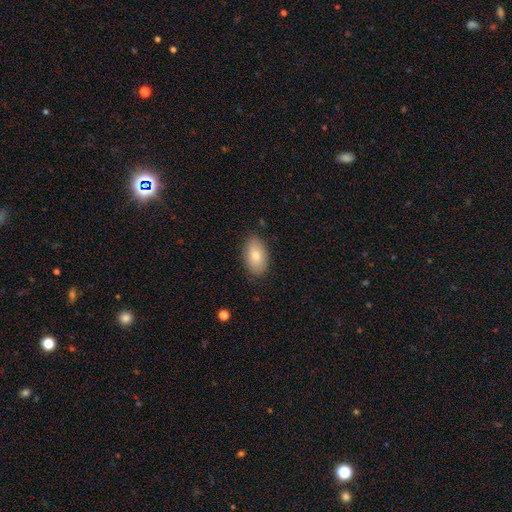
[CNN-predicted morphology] Q: Smooth or featured?
A: smooth (81%); runner-up: featured or disk (12%)
Q: How rounded?
A: in between (93%); runner-up: round (5%)
Q: Merging?
A: none (85%); runner-up: minor disturbance (12%)